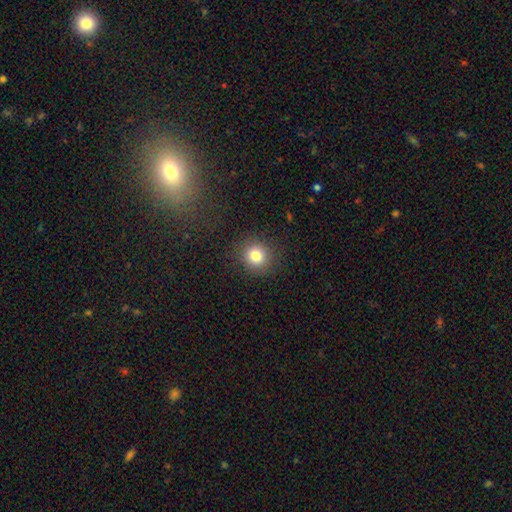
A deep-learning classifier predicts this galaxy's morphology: Smooth or featured?
  - smooth: 81% *
  - star or artifact: 12%
  - featured or disk: 7%
How rounded?
  - round: 89% *
  - in between: 10%
  - cigar-shaped: 1%
Merging?
  - none: 88% *
  - minor disturbance: 7%
  - major disturbance: 3%
  - merger: 1%